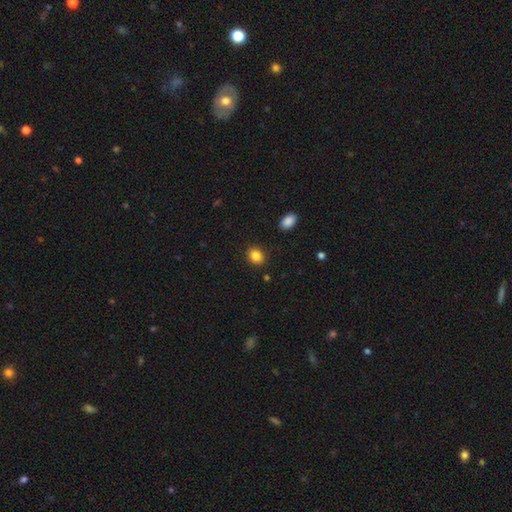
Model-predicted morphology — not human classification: This is clearly a smooth galaxy (85%). How rounded: possibly round (53%). Merging: clearly none (88%).